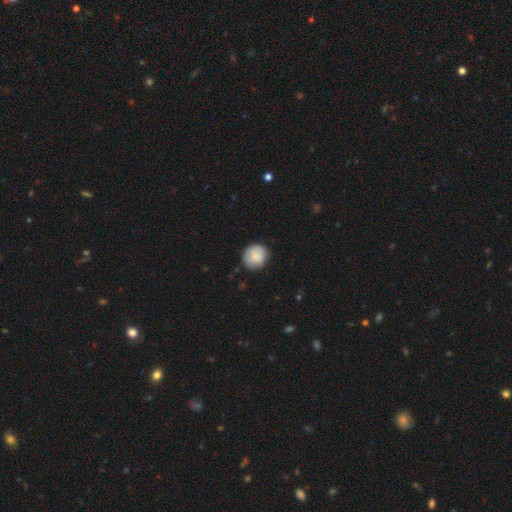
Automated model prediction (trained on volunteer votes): smooth 82%, featured or disk 11%, star or artifact 7%. Down the decision tree: how rounded — round (86%); merging — none (82%).